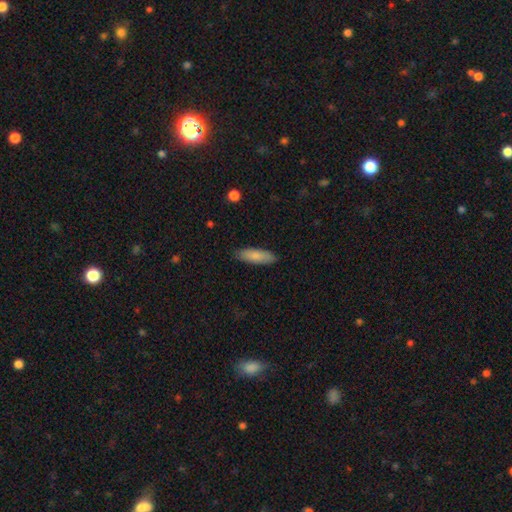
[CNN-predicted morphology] type=smooth (85%); roundness=in between (57%); merging=none (86%).